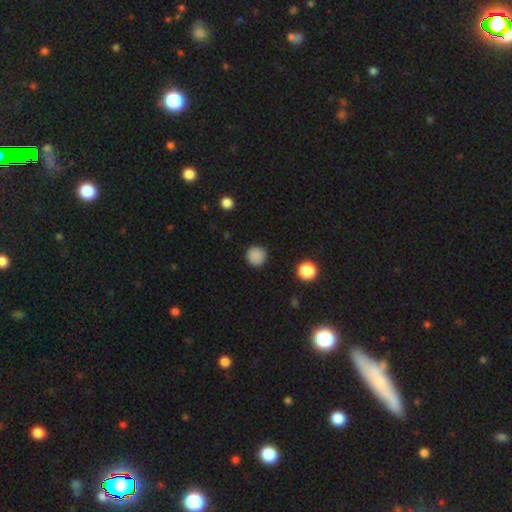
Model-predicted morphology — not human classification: type=smooth (86%); roundness=round (94%); merging=none (90%).